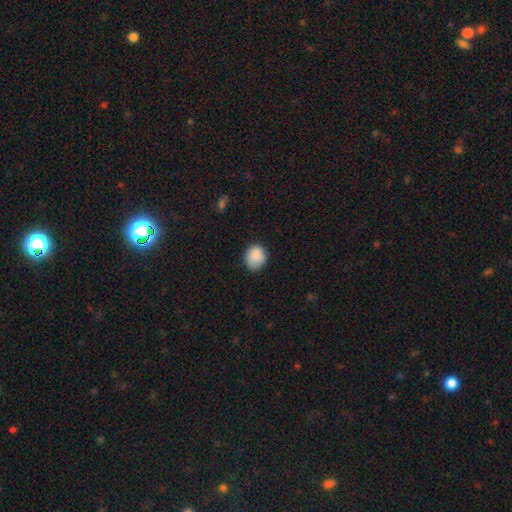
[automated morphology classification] Smooth or featured? Predicted: smooth (p=0.88). How rounded? Predicted: round (p=0.67). Merging? Predicted: none (p=0.73).